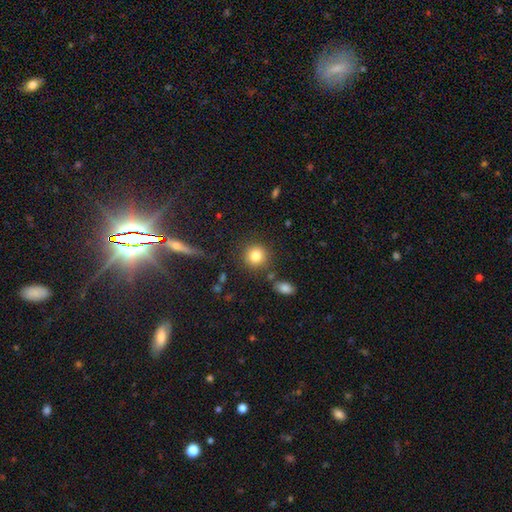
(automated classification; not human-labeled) Smooth or featured?
  - smooth: 83% *
  - star or artifact: 10%
  - featured or disk: 7%
How rounded?
  - round: 91% *
  - in between: 8%
  - cigar-shaped: 1%
Merging?
  - none: 84% *
  - minor disturbance: 8%
  - merger: 5%
  - major disturbance: 3%